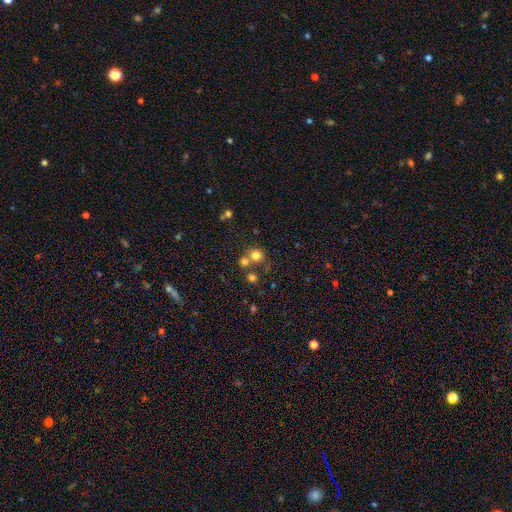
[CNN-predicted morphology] type=smooth (75%); roundness=round (85%); merging=none (52%).